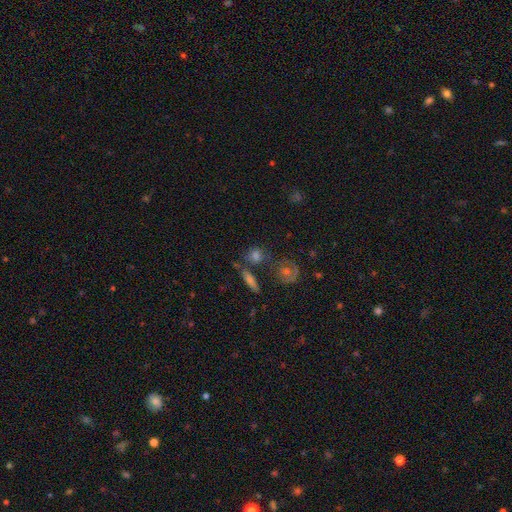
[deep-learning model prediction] Q: Smooth or featured?
A: smooth (72%); runner-up: featured or disk (14%)
Q: How rounded?
A: round (56%); runner-up: in between (36%)
Q: Merging?
A: none (59%); runner-up: merger (19%)